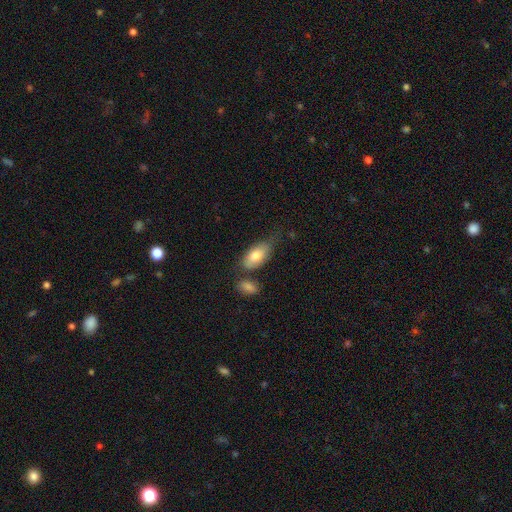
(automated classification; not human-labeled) A smooth galaxy with no disk features (77%) that is in between round and cigar-shaped (90%).

Vote fractions:
- Smooth or featured? smooth: 77% / featured or disk: 16% / star or artifact: 6%
- How rounded? in between: 90% / cigar-shaped: 5% / round: 5%
- Merging? none: 47% / minor disturbance: 27% / merger: 17% / major disturbance: 9%